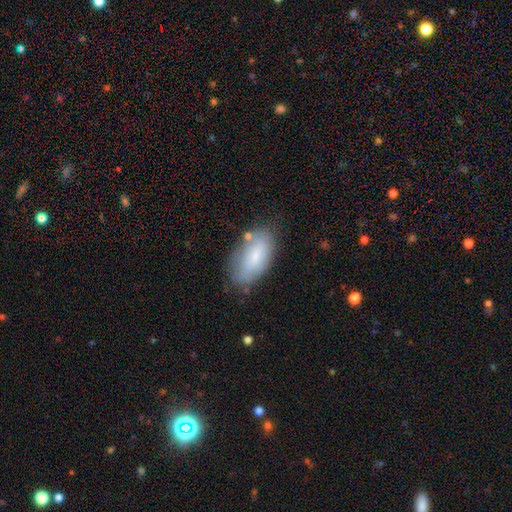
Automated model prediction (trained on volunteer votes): Q: Smooth or featured?
A: smooth (69%); runner-up: featured or disk (24%)
Q: How rounded?
A: in between (92%); runner-up: cigar-shaped (5%)
Q: Merging?
A: none (68%); runner-up: minor disturbance (22%)